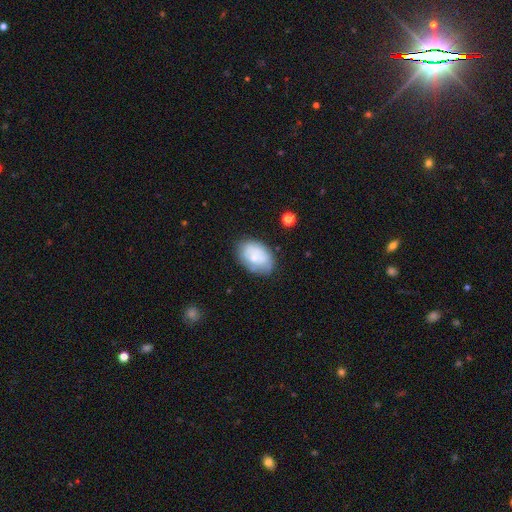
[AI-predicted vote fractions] Smooth or featured? Predicted: smooth (p=0.59). How rounded? Predicted: in between (p=0.84). Merging? Predicted: none (p=0.66).